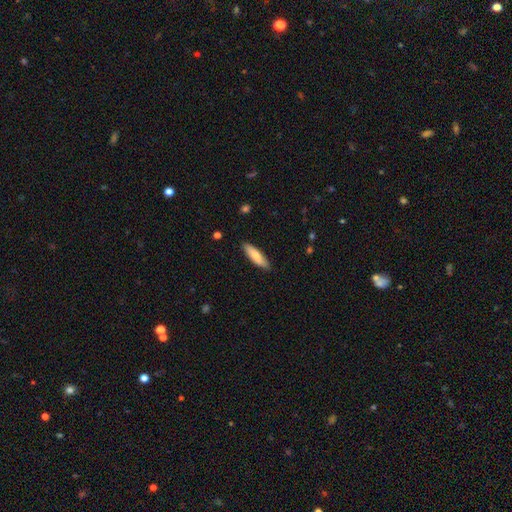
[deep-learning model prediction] Smooth or featured? Predicted: smooth (p=0.77). How rounded? Predicted: cigar-shaped (p=0.62). Merging? Predicted: none (p=0.87).